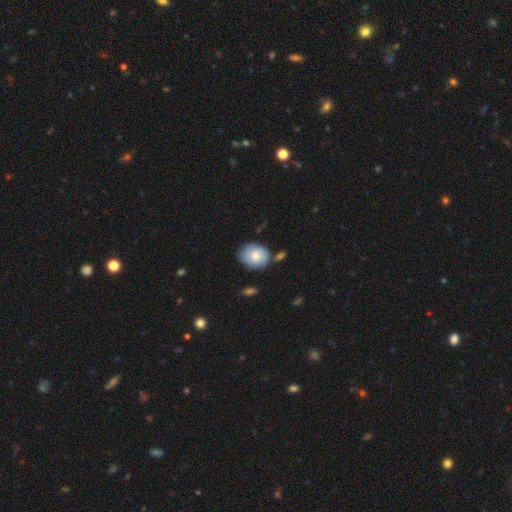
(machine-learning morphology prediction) type=smooth (70%); roundness=round (52%); merging=none (67%).